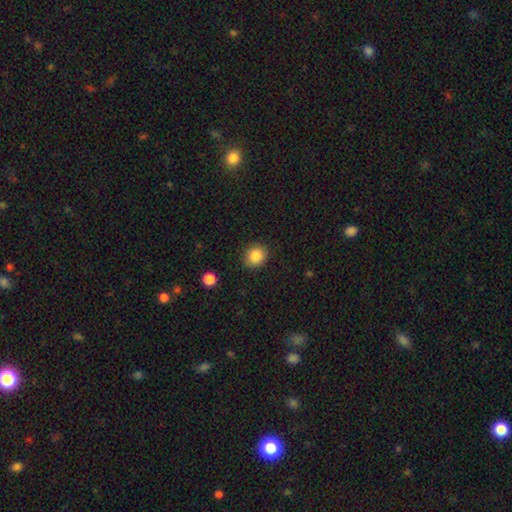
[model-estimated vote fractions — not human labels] Q: Smooth or featured?
A: smooth (87%); runner-up: star or artifact (9%)
Q: How rounded?
A: round (73%); runner-up: in between (26%)
Q: Merging?
A: none (86%); runner-up: minor disturbance (10%)